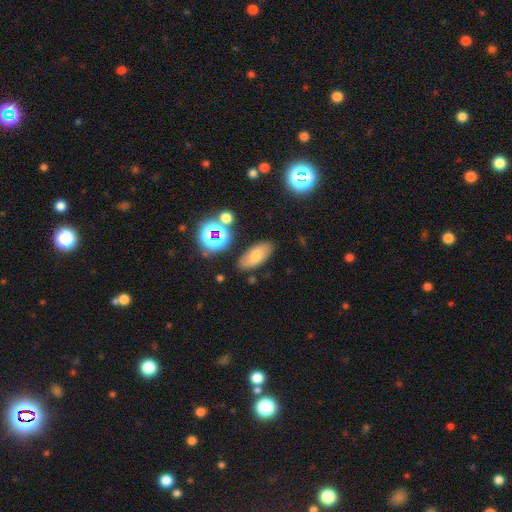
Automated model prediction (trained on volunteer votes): The model was most divided on "smooth or featured": smooth: 61%, featured or disk: 20%, star or artifact: 19%. More confident: how rounded — in between (83%); merging — none (81%).